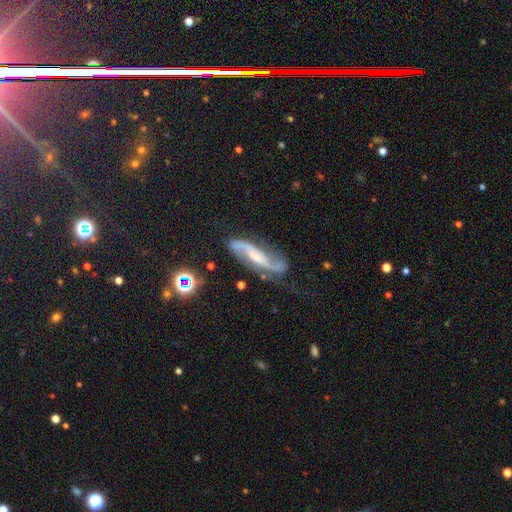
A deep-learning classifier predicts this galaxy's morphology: Smooth or featured: featured or disk — 84% (smooth — 9%)
Edge-on disk: no — 89% (yes — 11%)
Bar: weak — 39% (no — 31%)
Spiral arms: yes — 97% (no — 3%)
Spiral winding: medium — 45% (loose — 40%)
Spiral arm count: 2 — 92% (can't tell — 3%)
Bulge size: small — 40% (moderate — 30%)
Merging: none — 71% (minor disturbance — 18%)